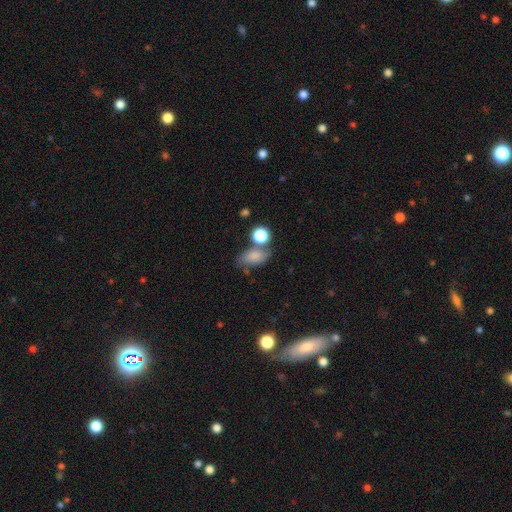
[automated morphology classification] Smooth or featured?
  - smooth: 78% *
  - star or artifact: 11%
  - featured or disk: 11%
How rounded?
  - in between: 82% *
  - round: 14%
  - cigar-shaped: 4%
Merging?
  - none: 53% *
  - merger: 20%
  - minor disturbance: 19%
  - major disturbance: 8%